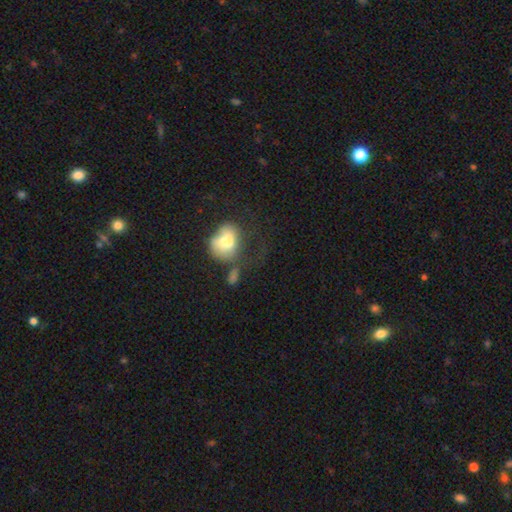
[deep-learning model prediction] smooth_or_featured: smooth (p=0.64) [alt: featured or disk p=0.20]
how_rounded: round (p=0.59) [alt: in between p=0.40]
merging: none (p=0.52) [alt: minor disturbance p=0.20]